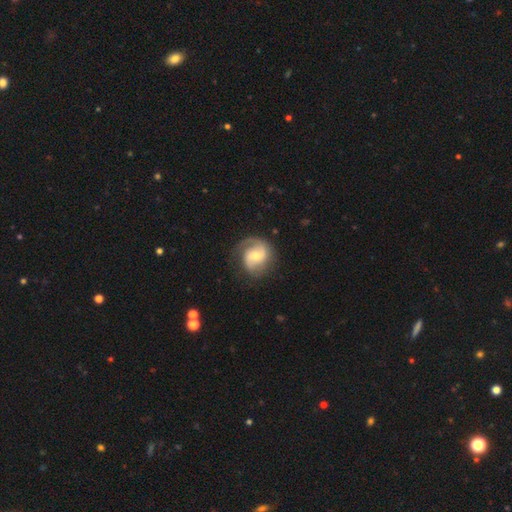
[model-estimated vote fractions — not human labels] This appears to be a featured or disk galaxy (79%) with a weak bar (46%), 2 (71%) medium (47%) spiral arms (95%) and a moderate central bulge (53%). Merging: none (72%).